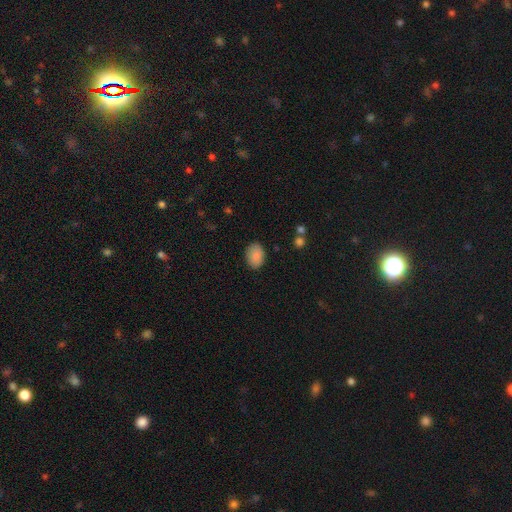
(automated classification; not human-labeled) smooth 88%, star or artifact 7%, featured or disk 5%. Down the decision tree: how rounded — in between (81%); merging — none (85%).